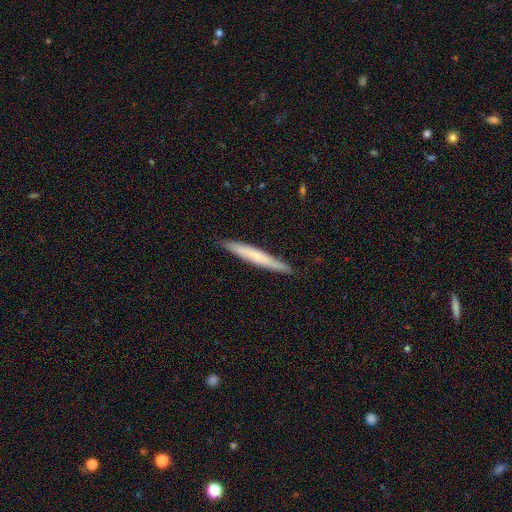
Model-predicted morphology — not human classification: Q: Smooth or featured?
A: smooth (60%); runner-up: featured or disk (35%)
Q: How rounded?
A: cigar-shaped (96%); runner-up: in between (3%)
Q: Merging?
A: none (89%); runner-up: minor disturbance (8%)